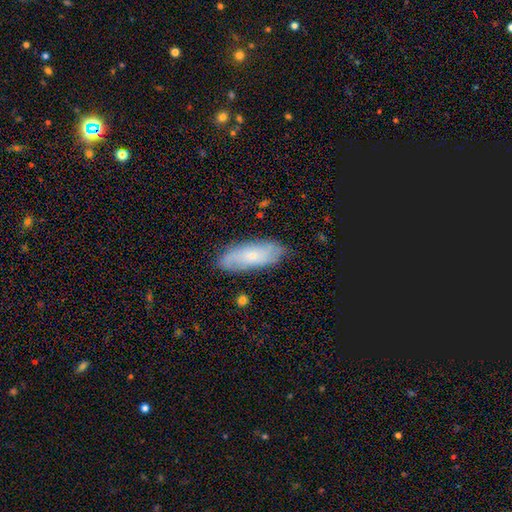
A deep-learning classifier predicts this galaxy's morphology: The model was most divided on "smooth or featured": featured or disk: 44%, smooth: 42%, star or artifact: 14%. More confident: merging — none (82%).